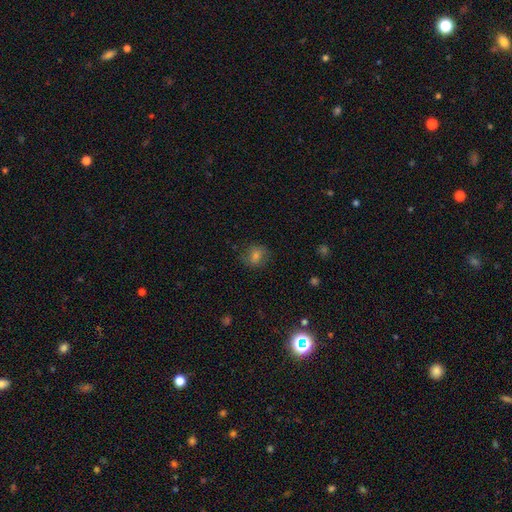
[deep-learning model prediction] Smooth or featured: smooth — 61% (star or artifact — 23%)
How rounded: round — 72% (in between — 27%)
Merging: none — 79% (minor disturbance — 14%)